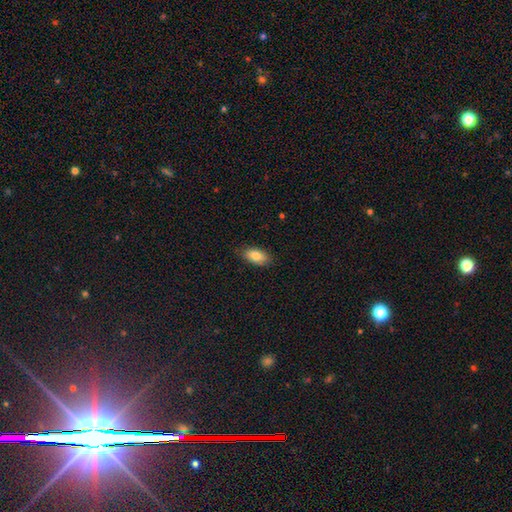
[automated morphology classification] smooth_or_featured: smooth (p=0.83) [alt: featured or disk p=0.10]
how_rounded: in between (p=0.90) [alt: cigar-shaped p=0.06]
merging: none (p=0.83) [alt: minor disturbance p=0.13]